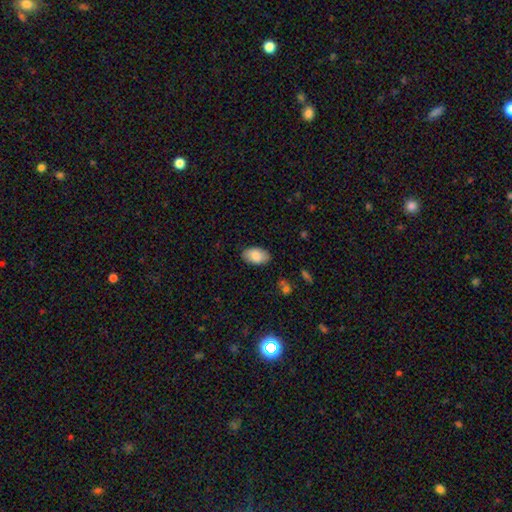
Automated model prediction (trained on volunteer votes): A smooth galaxy with no disk features (84%) that is in between round and cigar-shaped (94%).

Vote fractions:
- Smooth or featured? smooth: 84% / featured or disk: 10% / star or artifact: 6%
- How rounded? in between: 94% / round: 4% / cigar-shaped: 1%
- Merging? none: 86% / minor disturbance: 11% / major disturbance: 2% / merger: 1%